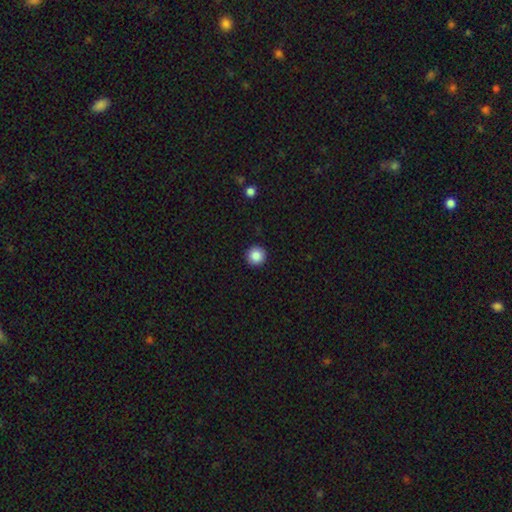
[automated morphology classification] smooth_or_featured: smooth (p=0.87) [alt: star or artifact p=0.09]
how_rounded: round (p=0.96) [alt: in between p=0.03]
merging: none (p=0.93) [alt: minor disturbance p=0.04]